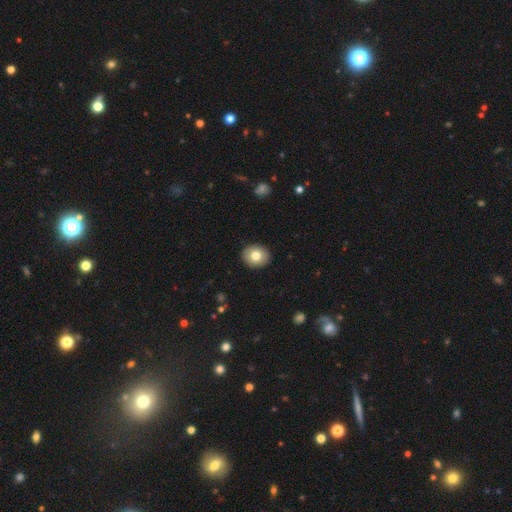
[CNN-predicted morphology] Smooth or featured: smooth — 78% (featured or disk — 13%)
How rounded: round — 69% (in between — 30%)
Merging: none — 91% (minor disturbance — 6%)